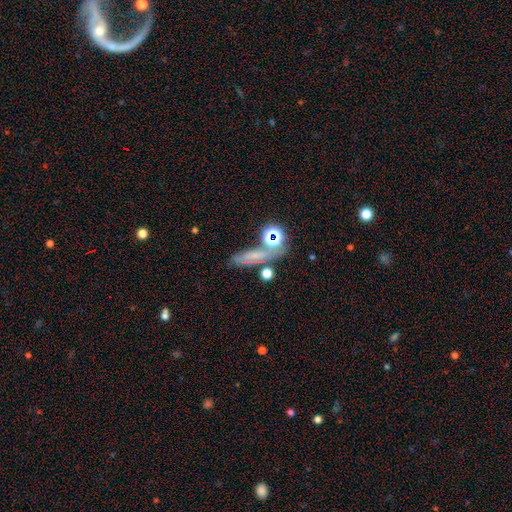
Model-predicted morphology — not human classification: smooth_or_featured: smooth (p=0.45) [alt: star or artifact p=0.29]
merging: none (p=0.56) [alt: minor disturbance p=0.17]